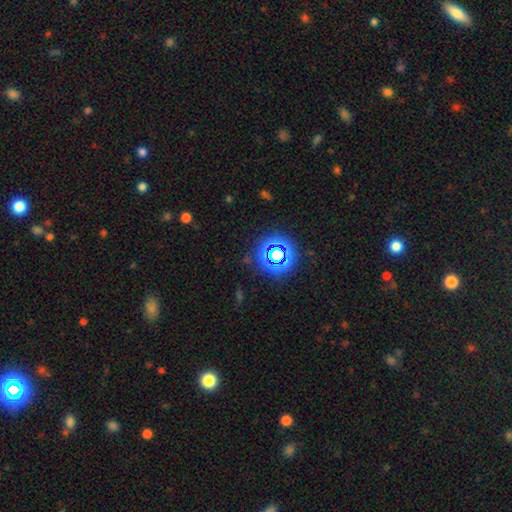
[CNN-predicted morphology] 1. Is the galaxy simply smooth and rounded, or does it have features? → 55% smooth, 36% star or artifact, 8% featured or disk.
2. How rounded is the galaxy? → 91% round, 8% in between, 1% cigar-shaped.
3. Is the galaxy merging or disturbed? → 89% none, 6% minor disturbance, 3% major disturbance, 2% merger.